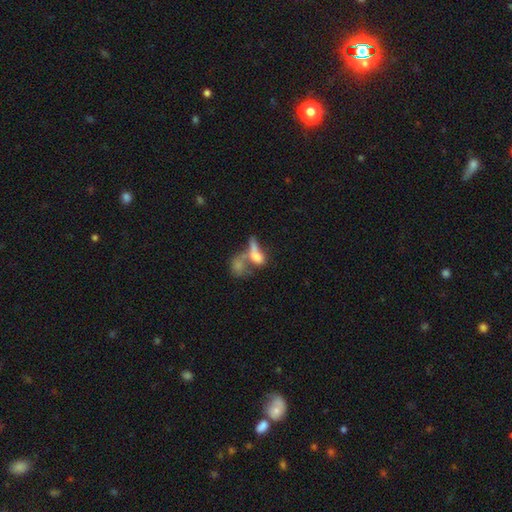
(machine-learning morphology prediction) smooth_or_featured: smooth (p=0.60) [alt: featured or disk p=0.29]
how_rounded: in between (p=0.62) [alt: cigar-shaped p=0.22]
merging: merger (p=0.61) [alt: none p=0.16]